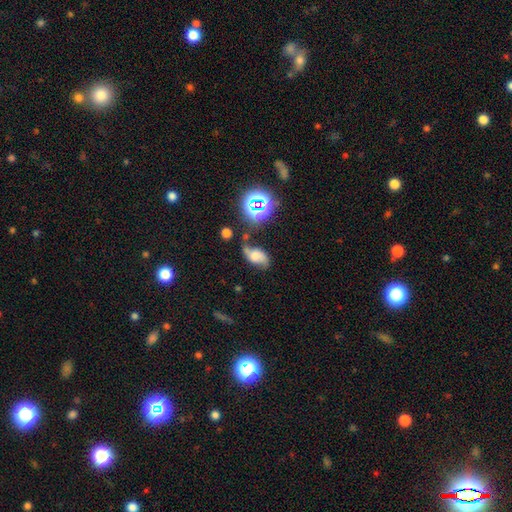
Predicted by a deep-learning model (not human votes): A featured or disk galaxy (49%). Merging: none (48%).